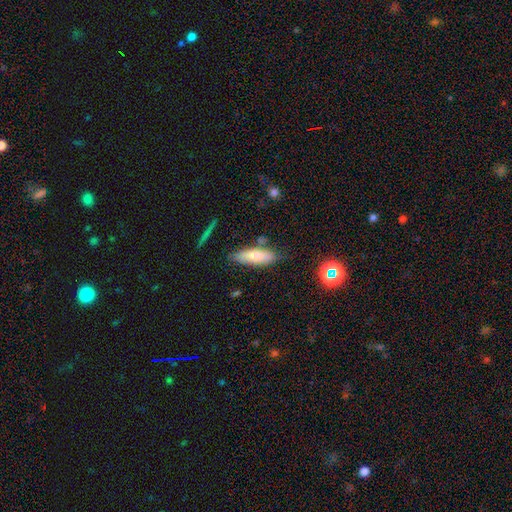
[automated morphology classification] smooth_or_featured: smooth (p=0.74) [alt: featured or disk p=0.19]
how_rounded: in between (p=0.58) [alt: cigar-shaped p=0.40]
merging: none (p=0.71) [alt: minor disturbance p=0.19]